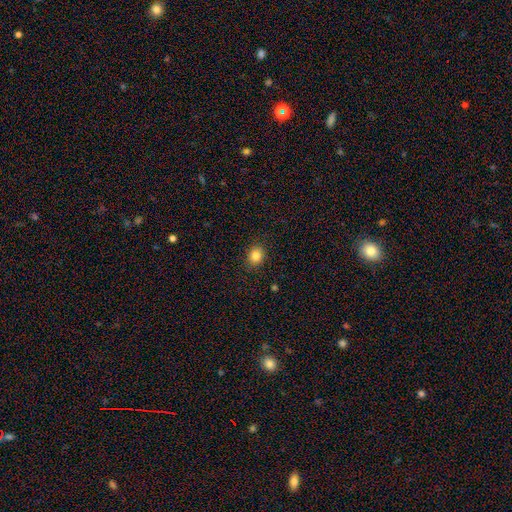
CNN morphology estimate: smooth-or-featured: smooth: 84% | star or artifact: 11% | featured or disk: 5%
  how-rounded: round: 65% | in between: 34% | cigar-shaped: 1%
  merging: none: 89% | minor disturbance: 8% | major disturbance: 2% | merger: 1%